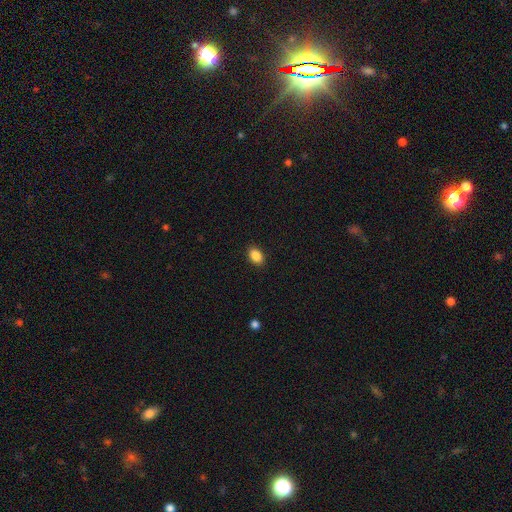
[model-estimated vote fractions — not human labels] Smooth or featured? smooth (88%)
How rounded? in between (85%)
Merging? none (90%)